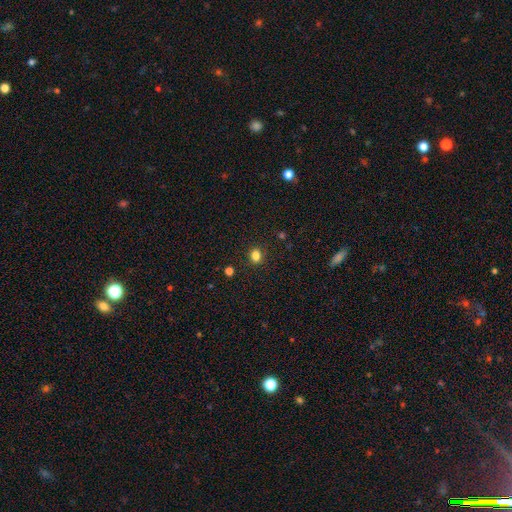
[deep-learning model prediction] This is clearly a smooth galaxy (82%). How rounded: likely round (63%). Merging: clearly none (87%).